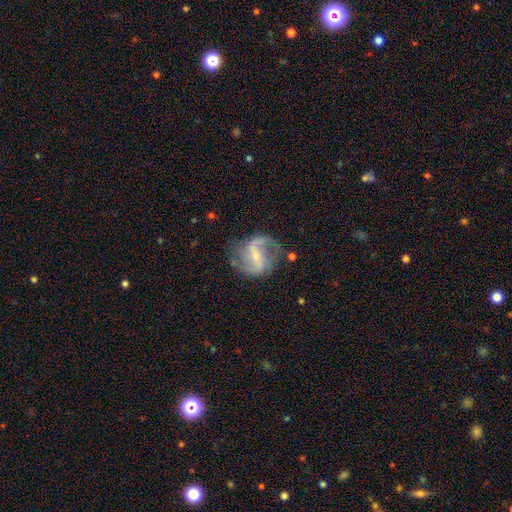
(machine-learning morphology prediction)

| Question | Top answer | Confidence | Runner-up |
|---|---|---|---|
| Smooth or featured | featured or disk | 85% | smooth (8%) |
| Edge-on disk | no | 97% | yes (3%) |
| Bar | weak | 44% | strong (40%) |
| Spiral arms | yes | 94% | no (6%) |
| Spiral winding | loose | 54% | medium (37%) |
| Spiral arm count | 2 | 87% | 1 (4%) |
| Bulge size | small | 65% | moderate (22%) |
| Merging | none | 68% | minor disturbance (18%) |